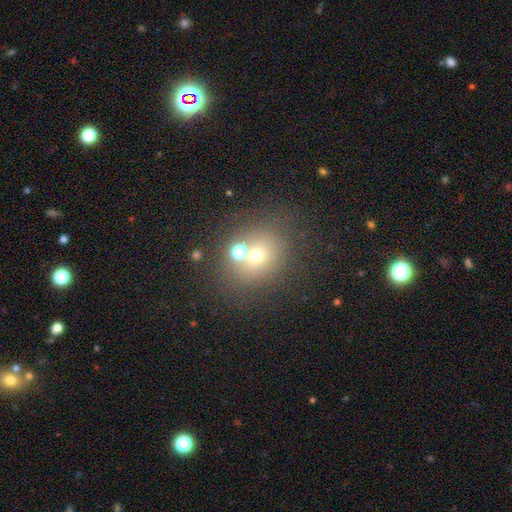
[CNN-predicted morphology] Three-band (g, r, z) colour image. It shows a smooth galaxy with no disk features (62%) that is round (71%). Merging: none (57%).